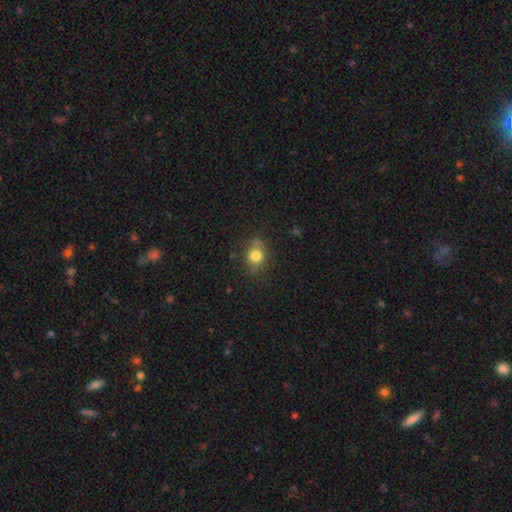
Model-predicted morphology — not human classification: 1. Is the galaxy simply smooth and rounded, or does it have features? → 77% smooth, 12% star or artifact, 10% featured or disk.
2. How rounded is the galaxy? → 71% round, 28% in between, 1% cigar-shaped.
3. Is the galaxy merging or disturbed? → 74% none, 18% minor disturbance, 5% major disturbance, 3% merger.